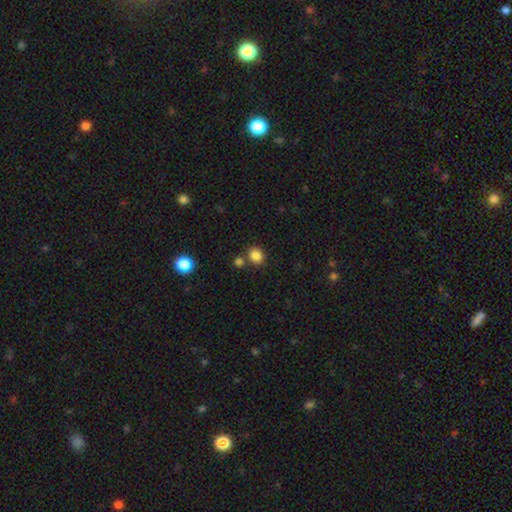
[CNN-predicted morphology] Overall: smooth (84%). How rounded: round (71%). Merging: none (75%).